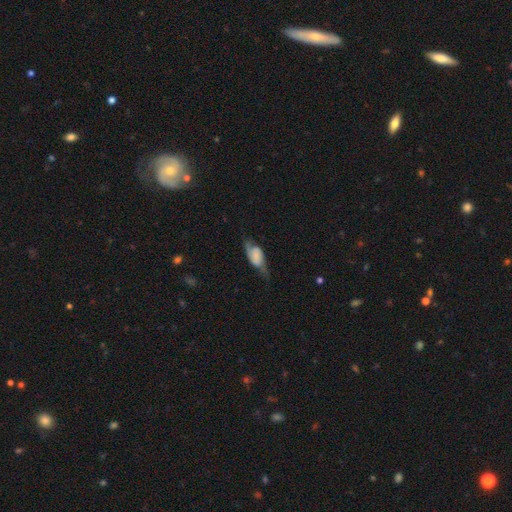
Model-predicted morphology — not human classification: This is possibly a featured or disk galaxy (53%). It is clearly not viewed edge-on (83%). Merging: marginally none (43%).